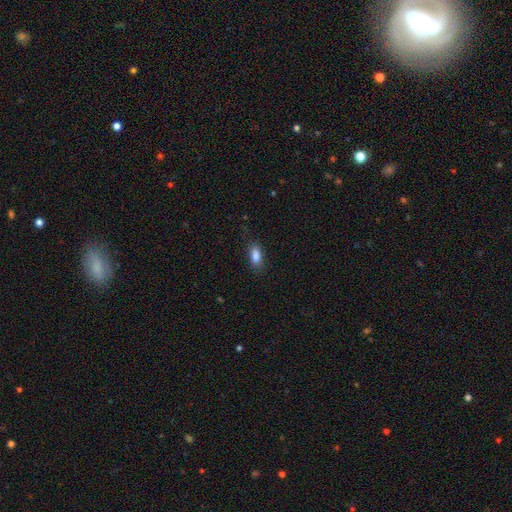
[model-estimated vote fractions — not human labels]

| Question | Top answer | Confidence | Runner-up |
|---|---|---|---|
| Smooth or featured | smooth | 86% | star or artifact (8%) |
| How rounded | in between | 85% | cigar-shaped (10%) |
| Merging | none | 81% | minor disturbance (14%) |